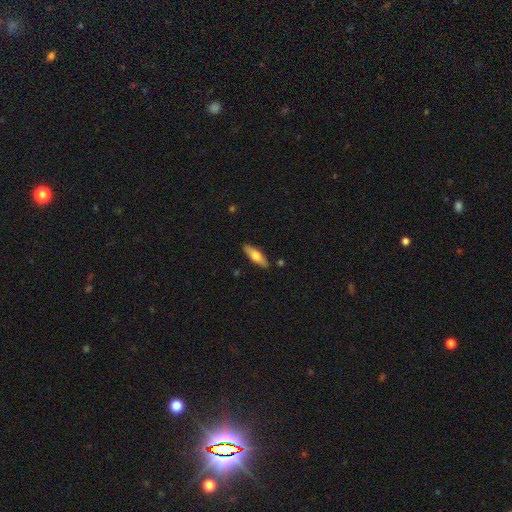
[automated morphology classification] This appears to be a smooth galaxy with no disk features (62%) that is in between round and cigar-shaped (49%). Merging: none (87%).